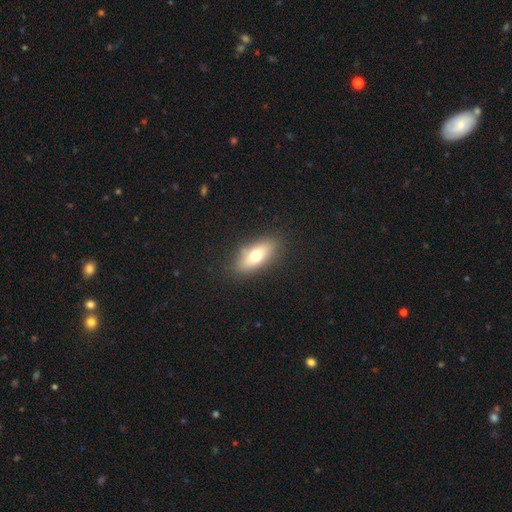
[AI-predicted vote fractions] A smooth galaxy with no disk features (69%) that is in between round and cigar-shaped (77%). Merging: none (84%).